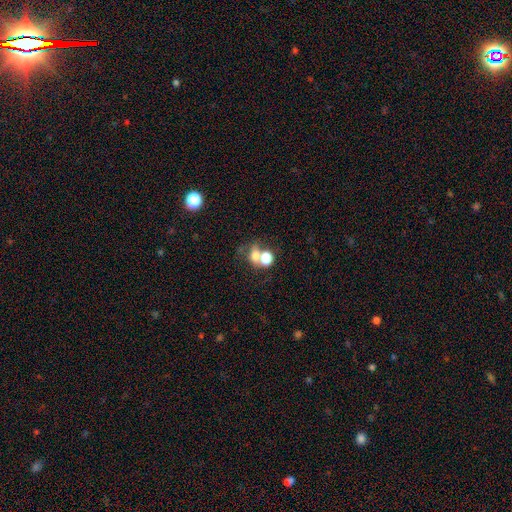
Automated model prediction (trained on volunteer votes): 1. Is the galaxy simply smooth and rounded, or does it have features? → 67% smooth, 17% featured or disk, 16% star or artifact.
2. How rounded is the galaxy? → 53% round, 45% in between, 2% cigar-shaped.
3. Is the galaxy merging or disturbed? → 55% merger, 29% none, 8% minor disturbance, 8% major disturbance.